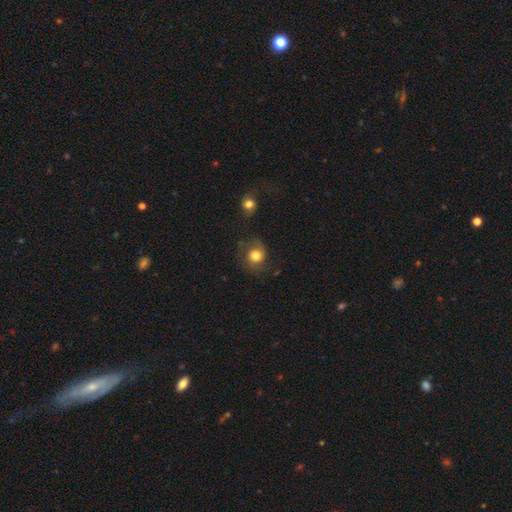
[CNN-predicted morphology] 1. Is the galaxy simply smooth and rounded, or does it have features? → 67% smooth, 22% featured or disk, 10% star or artifact.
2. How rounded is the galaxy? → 80% round, 19% in between, 1% cigar-shaped.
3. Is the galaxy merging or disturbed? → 60% none, 21% minor disturbance, 14% major disturbance, 4% merger.